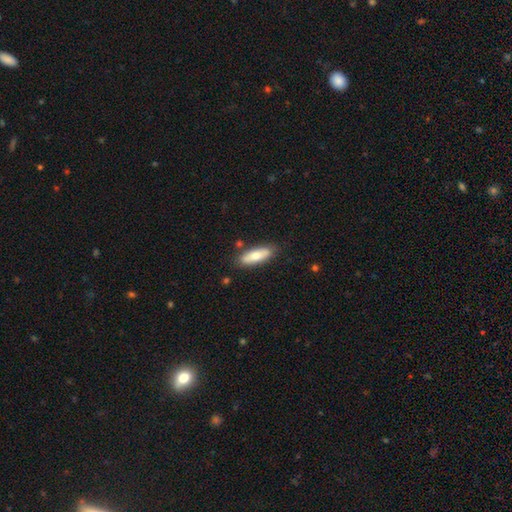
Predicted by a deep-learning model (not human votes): This is likely a smooth galaxy (69%). How rounded: possibly in between (54%). Merging: clearly none (81%).